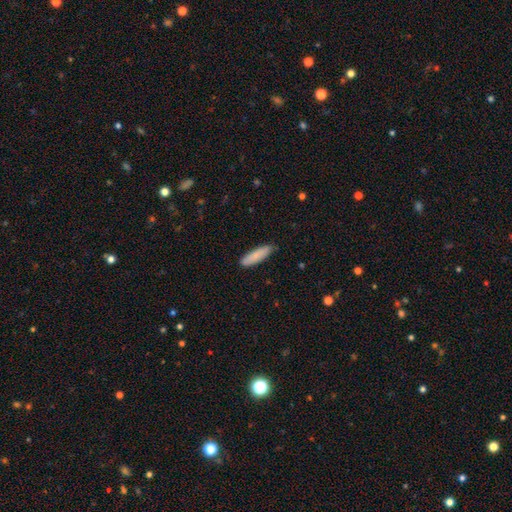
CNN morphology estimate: smooth-or-featured: smooth: 85% | featured or disk: 9% | star or artifact: 6%
  how-rounded: cigar-shaped: 67% | in between: 32% | round: 1%
  merging: none: 85% | minor disturbance: 12% | major disturbance: 2% | merger: 1%